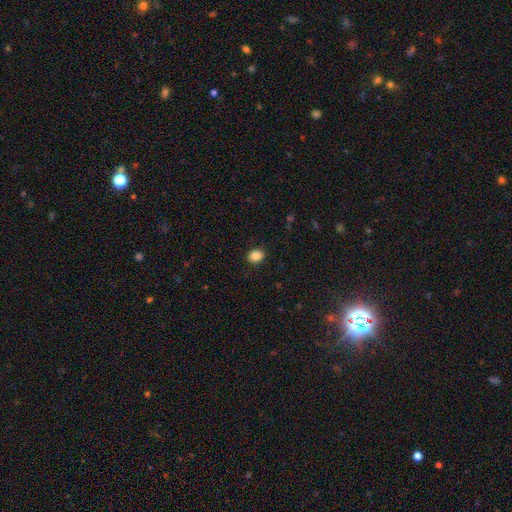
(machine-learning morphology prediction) Smooth or featured?
  - smooth: 86% *
  - star or artifact: 9%
  - featured or disk: 5%
How rounded?
  - round: 50% *
  - in between: 49%
  - cigar-shaped: 1%
Merging?
  - none: 90% *
  - minor disturbance: 7%
  - major disturbance: 2%
  - merger: 1%